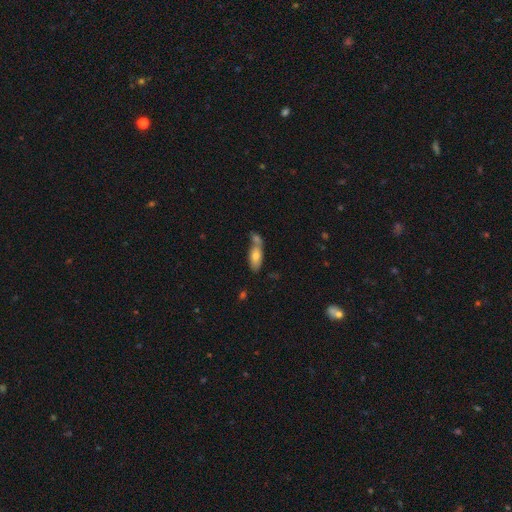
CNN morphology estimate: A smooth galaxy with no disk features (73%) that is in between round and cigar-shaped (78%). Merging: merger (48%).